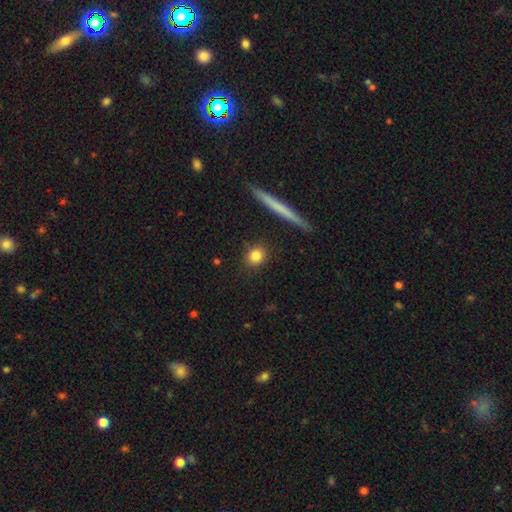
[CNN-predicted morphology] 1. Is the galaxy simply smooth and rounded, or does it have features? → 82% smooth, 9% star or artifact, 9% featured or disk.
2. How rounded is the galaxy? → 78% round, 17% in between, 5% cigar-shaped.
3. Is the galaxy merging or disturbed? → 89% none, 7% minor disturbance, 2% major disturbance, 2% merger.